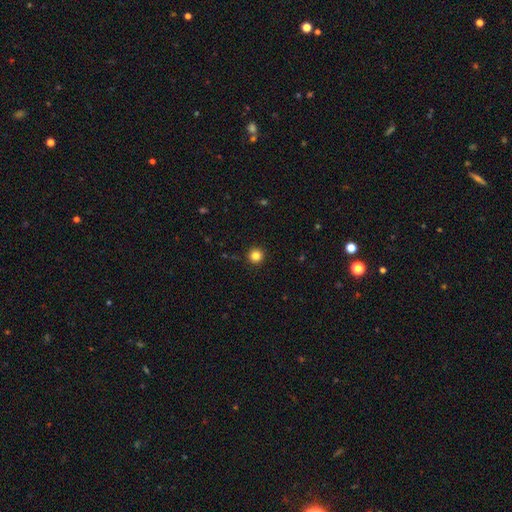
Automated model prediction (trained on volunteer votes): Morphology: type=smooth (84%); roundness=round (96%); merging=none (93%).